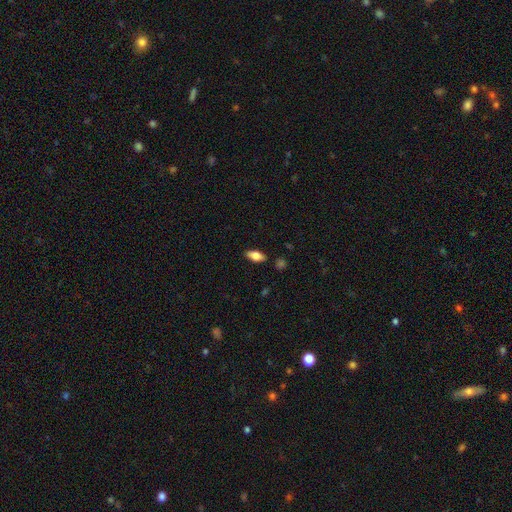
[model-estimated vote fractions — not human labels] Overall: smooth (71%). How rounded: in between (84%). Merging: none (86%).